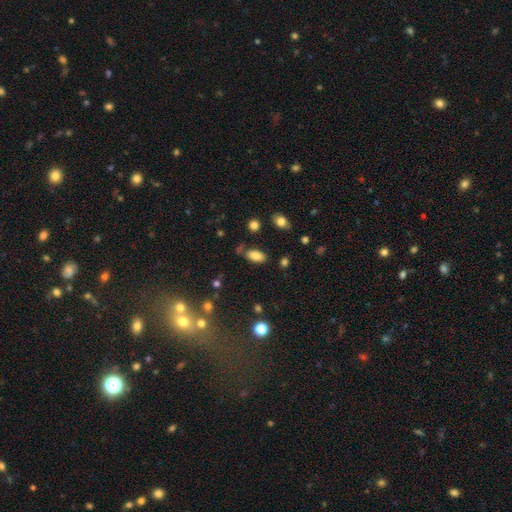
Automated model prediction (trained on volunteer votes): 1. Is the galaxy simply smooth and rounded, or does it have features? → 82% smooth, 10% star or artifact, 8% featured or disk.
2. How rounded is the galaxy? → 93% in between, 4% round, 3% cigar-shaped.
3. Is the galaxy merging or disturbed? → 74% none, 16% minor disturbance, 6% merger, 4% major disturbance.